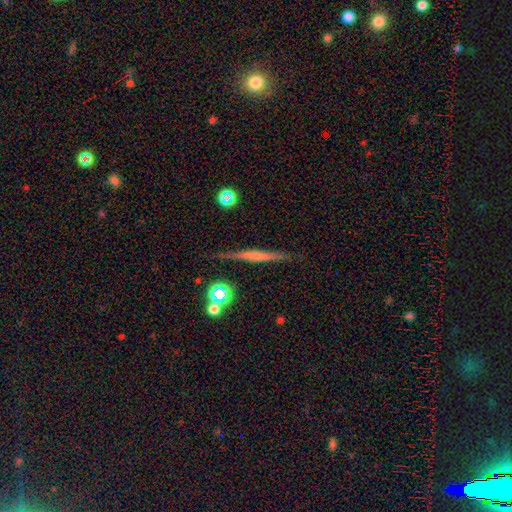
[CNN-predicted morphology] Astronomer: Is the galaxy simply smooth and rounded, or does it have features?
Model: featured or disk — 54% (runner-up: smooth, 37%).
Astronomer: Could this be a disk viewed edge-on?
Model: yes — 95%.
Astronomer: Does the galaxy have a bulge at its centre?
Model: none — 63%.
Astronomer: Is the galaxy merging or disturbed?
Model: none — 84%.